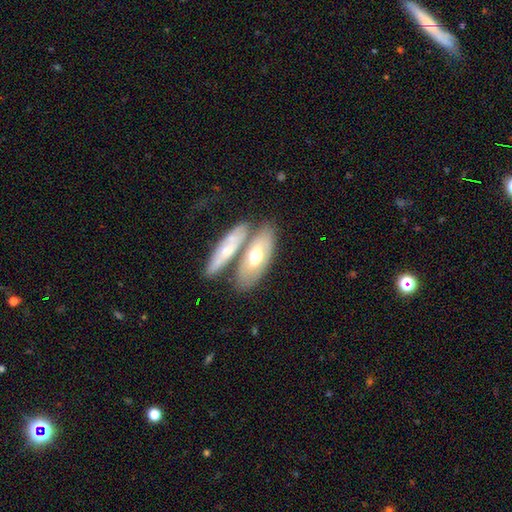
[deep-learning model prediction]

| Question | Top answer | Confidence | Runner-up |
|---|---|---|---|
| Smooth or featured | smooth | 48% | featured or disk (47%) |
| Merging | none | 54% | merger (28%) |